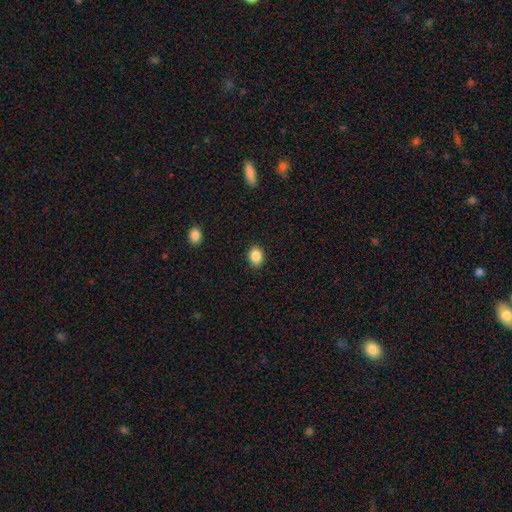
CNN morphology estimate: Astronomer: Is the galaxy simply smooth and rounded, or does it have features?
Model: smooth — 87%.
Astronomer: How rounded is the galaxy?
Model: in between — 55% (runner-up: round, 44%).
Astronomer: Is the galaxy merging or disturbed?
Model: none — 88%.